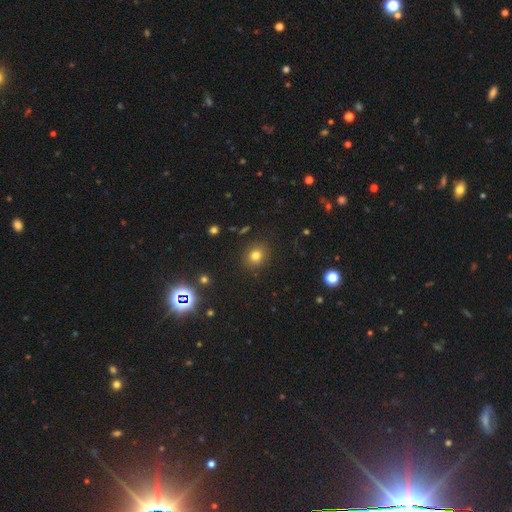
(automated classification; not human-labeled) This is likely a smooth galaxy (76%). How rounded: likely round (77%). Merging: clearly none (88%).